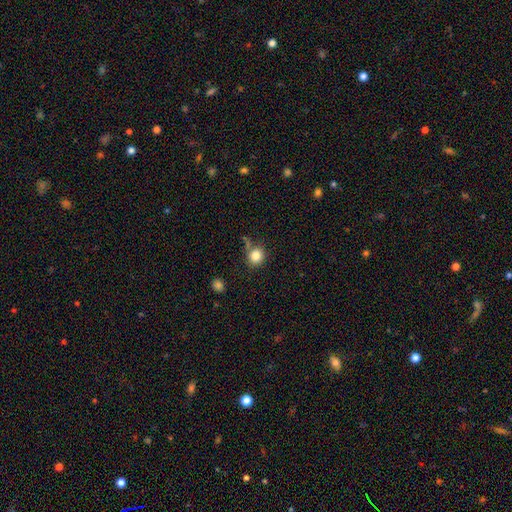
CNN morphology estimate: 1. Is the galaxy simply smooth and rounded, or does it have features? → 83% smooth, 11% star or artifact, 6% featured or disk.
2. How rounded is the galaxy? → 85% round, 14% in between, 1% cigar-shaped.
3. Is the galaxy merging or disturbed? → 72% none, 15% minor disturbance, 9% merger, 5% major disturbance.